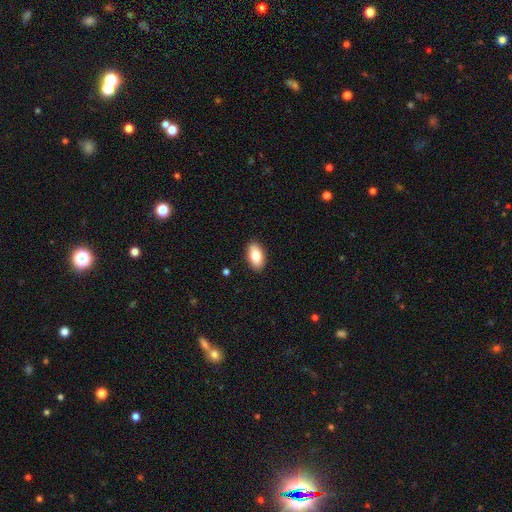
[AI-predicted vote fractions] Q: Smooth or featured?
A: smooth (81%); runner-up: featured or disk (12%)
Q: How rounded?
A: in between (93%); runner-up: round (4%)
Q: Merging?
A: none (90%); runner-up: minor disturbance (8%)